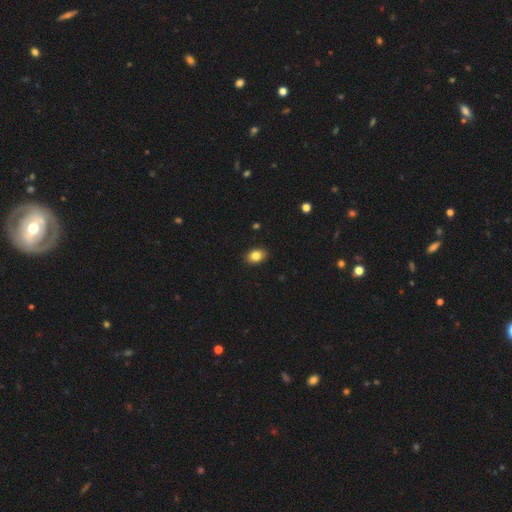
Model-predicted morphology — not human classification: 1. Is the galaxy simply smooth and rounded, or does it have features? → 84% smooth, 9% star or artifact, 7% featured or disk.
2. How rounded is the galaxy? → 76% in between, 23% round, 1% cigar-shaped.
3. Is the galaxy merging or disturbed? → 90% none, 7% minor disturbance, 2% major disturbance, 1% merger.